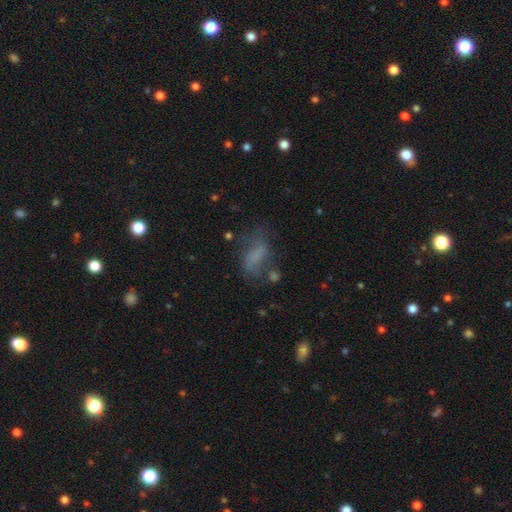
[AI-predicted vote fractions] smooth_or_featured: smooth (p=0.52) [alt: featured or disk p=0.32]
how_rounded: in between (p=0.79) [alt: cigar-shaped p=0.12]
merging: none (p=0.48) [alt: minor disturbance p=0.23]